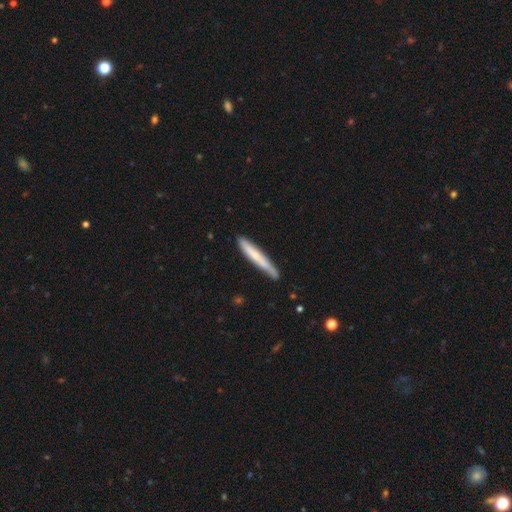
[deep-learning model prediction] Smooth or featured? smooth (61%)
How rounded? cigar-shaped (95%)
Merging? none (78%)